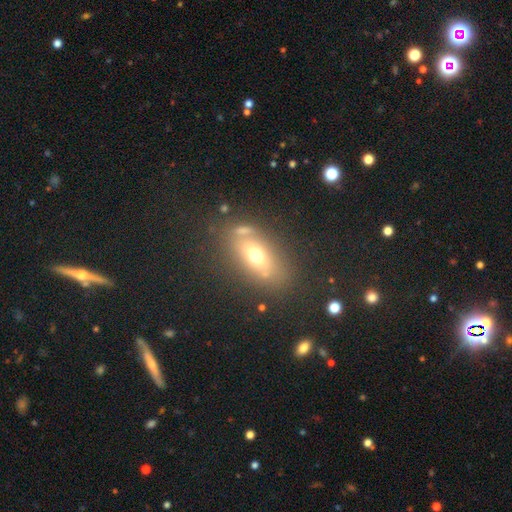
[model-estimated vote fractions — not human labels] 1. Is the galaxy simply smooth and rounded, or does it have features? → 59% smooth, 29% featured or disk, 12% star or artifact.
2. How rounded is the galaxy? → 77% in between, 12% cigar-shaped, 10% round.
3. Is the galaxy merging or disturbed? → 70% none, 14% minor disturbance, 9% merger, 7% major disturbance.